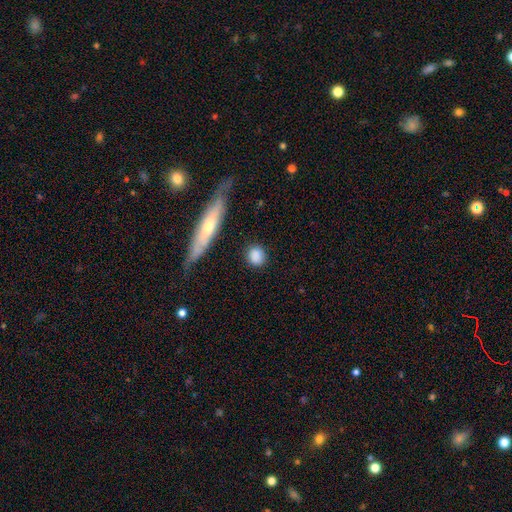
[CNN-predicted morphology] Smooth or featured? Predicted: smooth (p=0.85). How rounded? Predicted: round (p=0.75). Merging? Predicted: none (p=0.84).